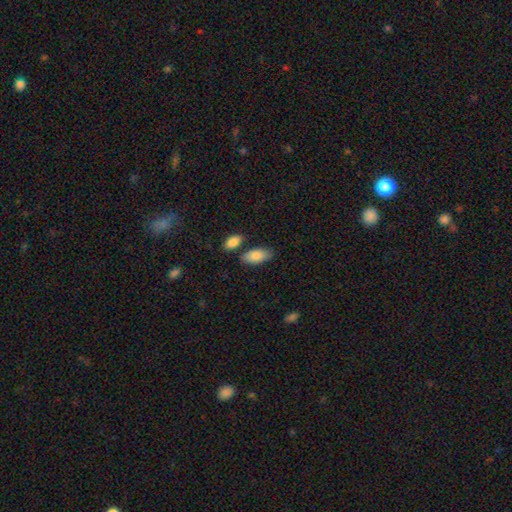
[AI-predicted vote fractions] smooth 86%, featured or disk 8%, star or artifact 6%. Down the decision tree: how rounded — in between (91%); merging — none (75%).